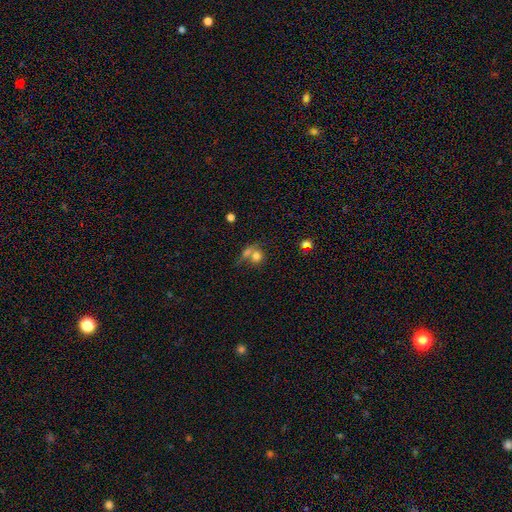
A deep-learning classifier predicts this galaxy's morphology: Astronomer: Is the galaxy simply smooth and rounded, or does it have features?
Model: smooth — 74%.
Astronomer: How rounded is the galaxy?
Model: round — 71%.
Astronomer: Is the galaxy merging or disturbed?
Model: merger — 52% (runner-up: none, 30%).